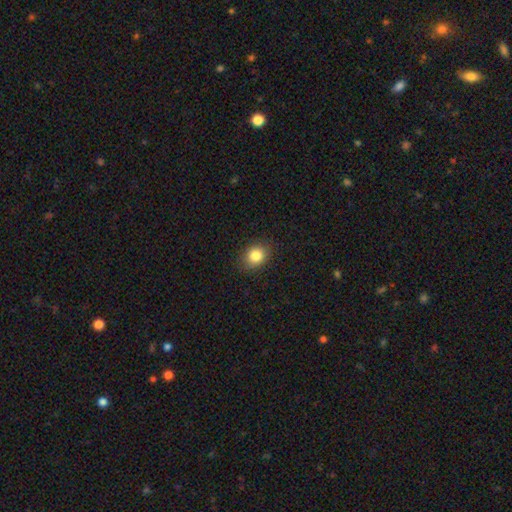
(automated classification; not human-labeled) Q: Smooth or featured?
A: smooth (84%); runner-up: star or artifact (10%)
Q: How rounded?
A: round (52%); runner-up: in between (47%)
Q: Merging?
A: none (87%); runner-up: minor disturbance (10%)